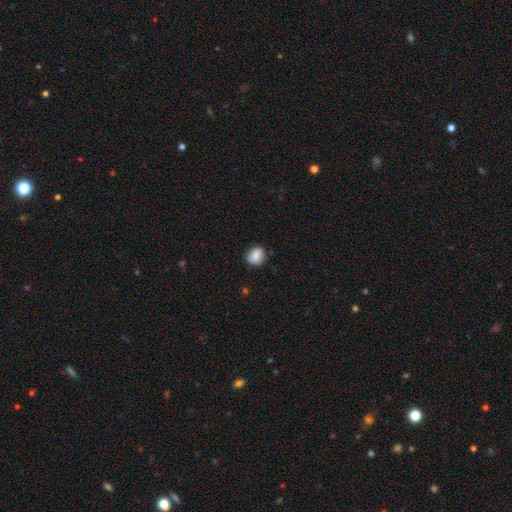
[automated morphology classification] A smooth galaxy with no disk features (82%) that is round (72%). Merging: none (83%).